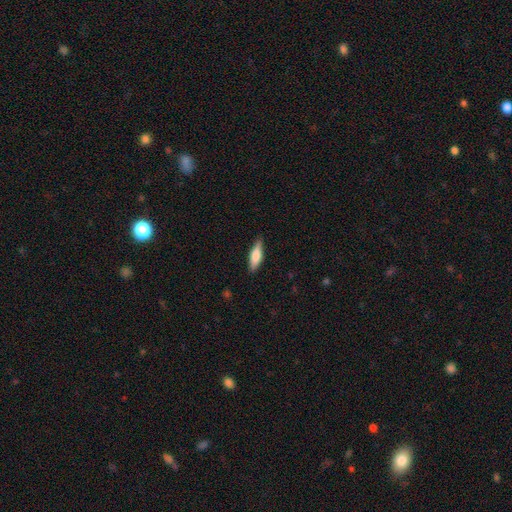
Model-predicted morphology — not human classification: smooth_or_featured: smooth (p=0.67) [alt: featured or disk p=0.27]
how_rounded: cigar-shaped (p=0.53) [alt: in between p=0.44]
merging: none (p=0.85) [alt: minor disturbance p=0.12]